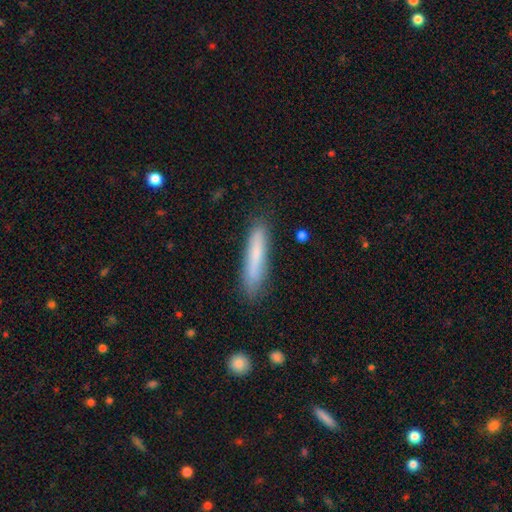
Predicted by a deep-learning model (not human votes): The model was most divided on "smooth or featured": smooth: 76%, featured or disk: 18%, star or artifact: 7%. More confident: how rounded — cigar-shaped (90%); merging — none (82%).